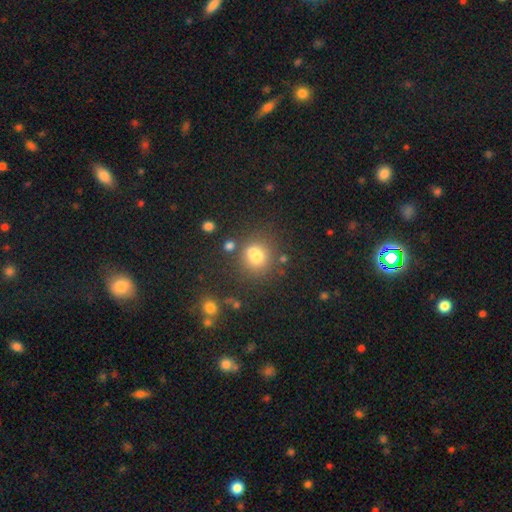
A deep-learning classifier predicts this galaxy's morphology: Smooth or featured? smooth (71%)
How rounded? round (73%)
Merging? none (56%)